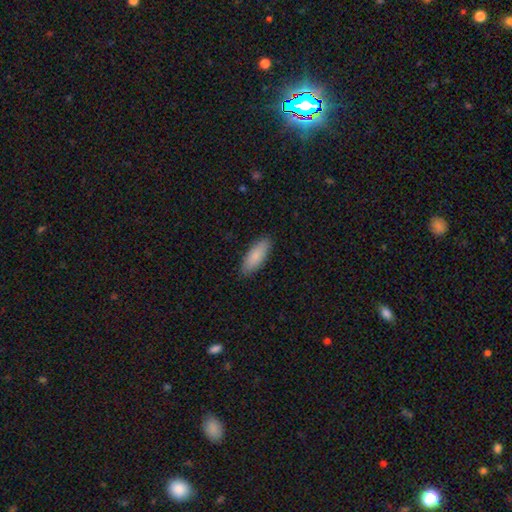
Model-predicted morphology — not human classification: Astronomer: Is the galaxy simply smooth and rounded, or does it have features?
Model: smooth — 87%.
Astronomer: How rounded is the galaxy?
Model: in between — 70%.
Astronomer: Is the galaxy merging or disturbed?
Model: none — 88%.